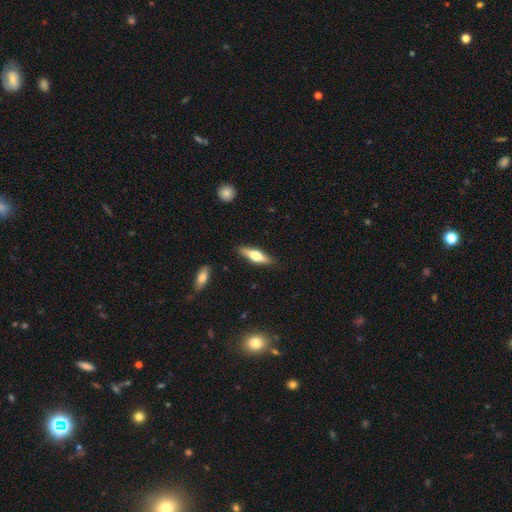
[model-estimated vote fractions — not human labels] The model was most divided on "smooth or featured": smooth: 50%, featured or disk: 45%, star or artifact: 6%. More confident: merging — none (86%).